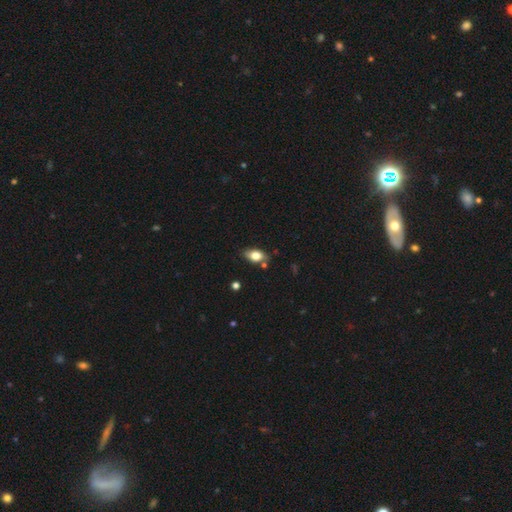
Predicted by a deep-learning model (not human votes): Smooth or featured? smooth (77%)
How rounded? in between (86%)
Merging? none (74%)